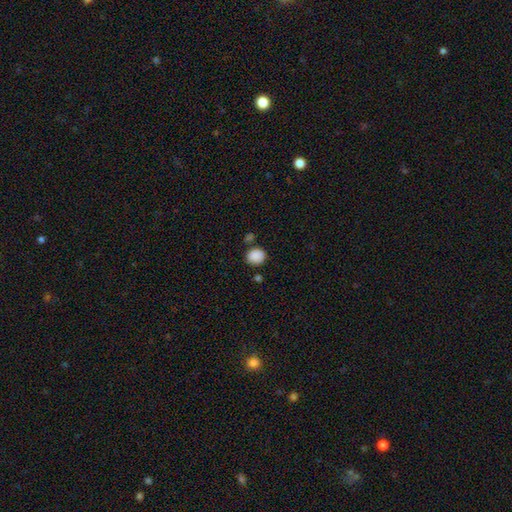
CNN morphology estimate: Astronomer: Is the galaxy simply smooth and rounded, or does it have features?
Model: smooth — 88%.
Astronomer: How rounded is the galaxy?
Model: round — 73%.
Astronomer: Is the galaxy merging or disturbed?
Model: none — 76%.